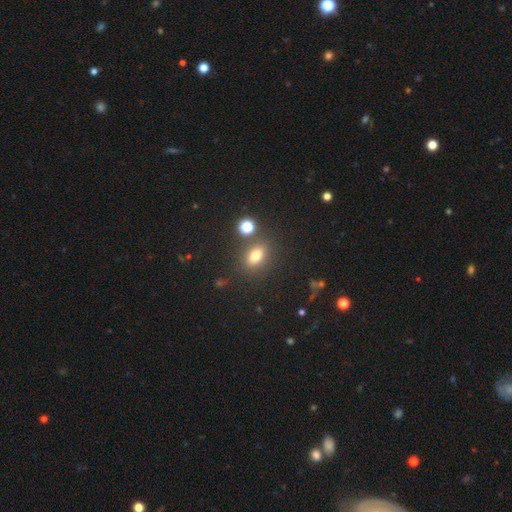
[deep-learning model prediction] Q: Smooth or featured?
A: smooth (74%); runner-up: star or artifact (15%)
Q: How rounded?
A: in between (70%); runner-up: round (26%)
Q: Merging?
A: none (77%); runner-up: minor disturbance (10%)